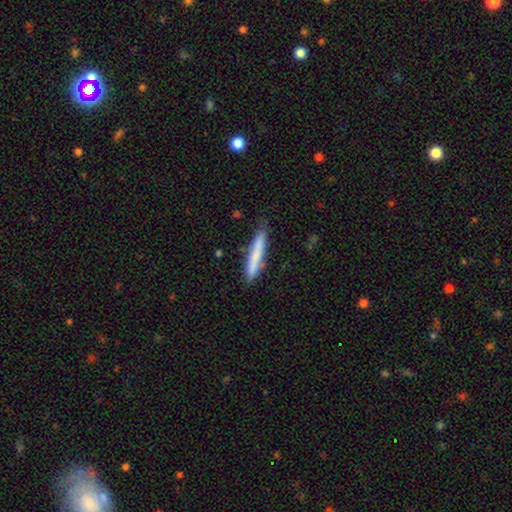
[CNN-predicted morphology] The model was most divided on "smooth or featured": smooth: 73%, featured or disk: 22%, star or artifact: 6%. More confident: how rounded — cigar-shaped (94%); merging — none (81%).